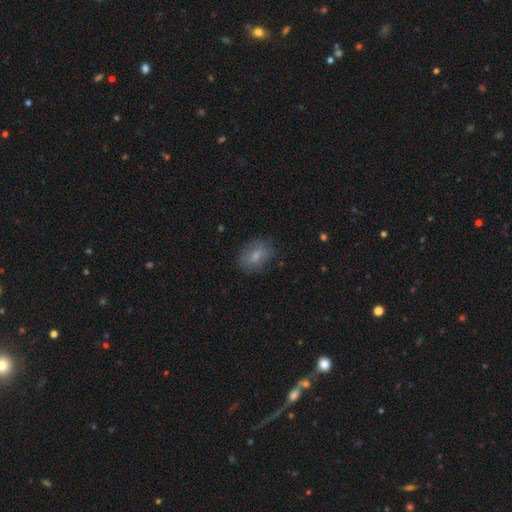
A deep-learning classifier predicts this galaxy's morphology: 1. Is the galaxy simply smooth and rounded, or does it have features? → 75% smooth, 16% featured or disk, 9% star or artifact.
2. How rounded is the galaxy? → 72% in between, 26% round, 2% cigar-shaped.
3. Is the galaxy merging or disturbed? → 82% none, 13% minor disturbance, 4% major disturbance, 1% merger.